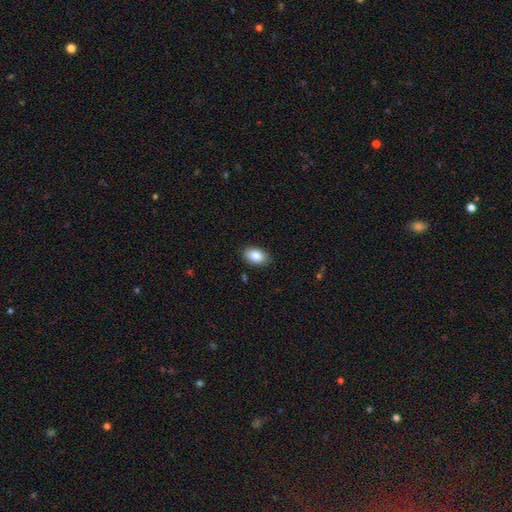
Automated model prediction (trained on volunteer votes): smooth-or-featured: smooth: 86% | star or artifact: 7% | featured or disk: 7%
  how-rounded: in between: 89% | round: 10% | cigar-shaped: 1%
  merging: none: 87% | minor disturbance: 10% | major disturbance: 2% | merger: 1%